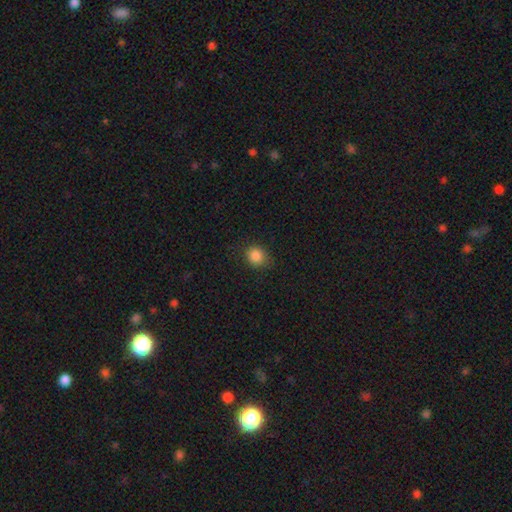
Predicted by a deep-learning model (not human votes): Smooth or featured? Predicted: smooth (p=0.86). How rounded? Predicted: round (p=0.71). Merging? Predicted: none (p=0.81).